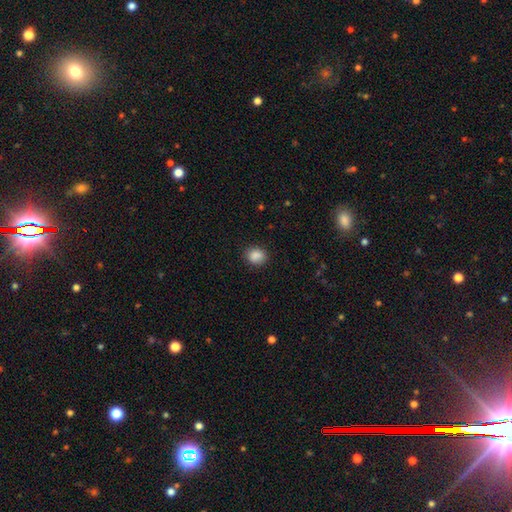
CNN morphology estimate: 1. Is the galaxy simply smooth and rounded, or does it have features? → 88% smooth, 9% star or artifact, 3% featured or disk.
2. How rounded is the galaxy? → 59% round, 40% in between, 1% cigar-shaped.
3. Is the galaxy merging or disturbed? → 86% none, 10% minor disturbance, 3% major disturbance, 1% merger.